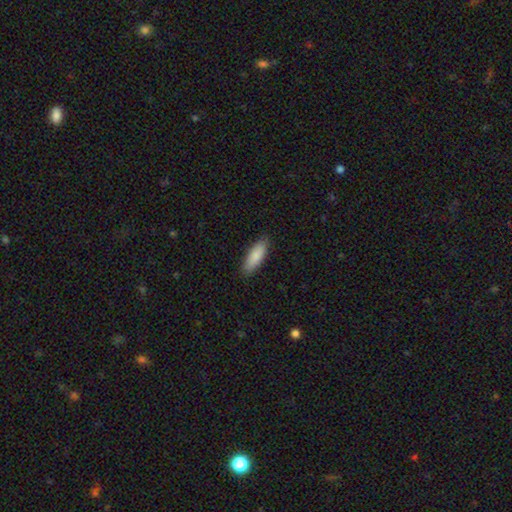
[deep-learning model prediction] Smooth or featured: smooth — 87% (featured or disk — 7%)
How rounded: in between — 58% (cigar-shaped — 40%)
Merging: none — 88% (minor disturbance — 10%)